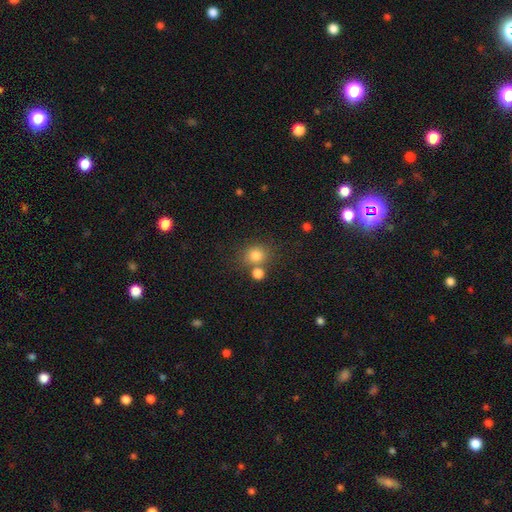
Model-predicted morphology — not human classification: Smooth or featured? smooth (81%)
How rounded? round (77%)
Merging? none (65%)